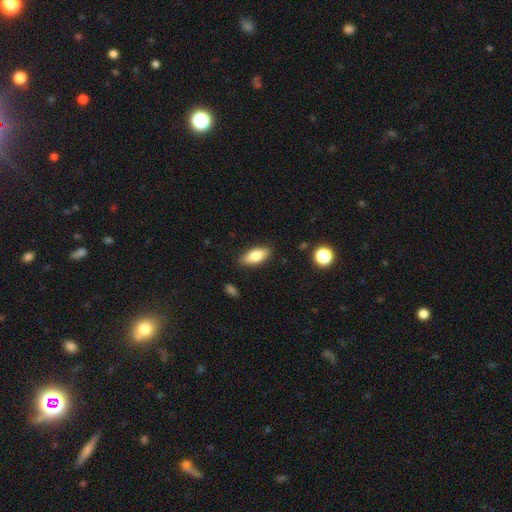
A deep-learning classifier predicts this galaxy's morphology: smooth_or_featured: smooth (p=0.79) [alt: featured or disk p=0.14]
how_rounded: in between (p=0.83) [alt: cigar-shaped p=0.15]
merging: none (p=0.87) [alt: minor disturbance p=0.10]